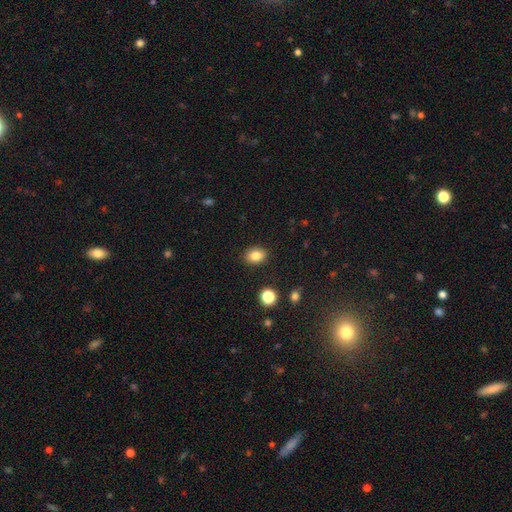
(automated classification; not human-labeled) This is clearly a smooth galaxy (83%). How rounded: likely in between (69%). Merging: clearly none (89%).